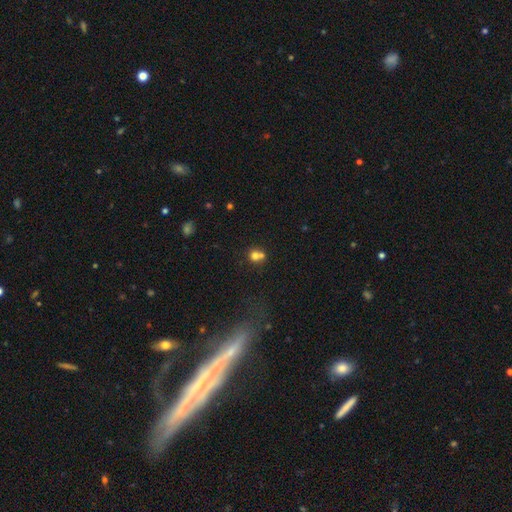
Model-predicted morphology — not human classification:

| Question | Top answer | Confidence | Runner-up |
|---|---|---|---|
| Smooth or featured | smooth | 72% | star or artifact (15%) |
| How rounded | round | 84% | in between (15%) |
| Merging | merger | 45% | none (44%) |